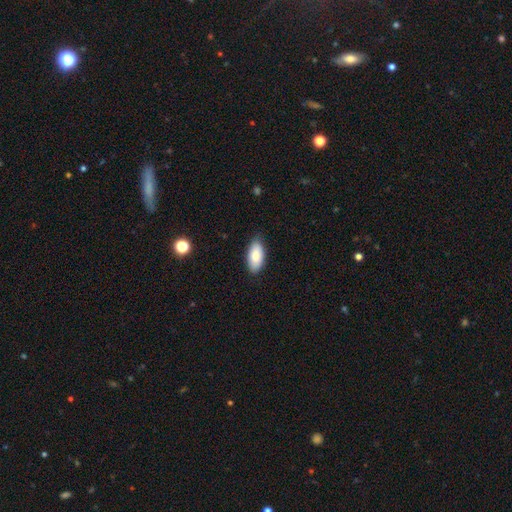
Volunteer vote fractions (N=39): This is clearly a smooth galaxy (92%). How rounded: clearly in between (89%). Merging: clearly none (81%).